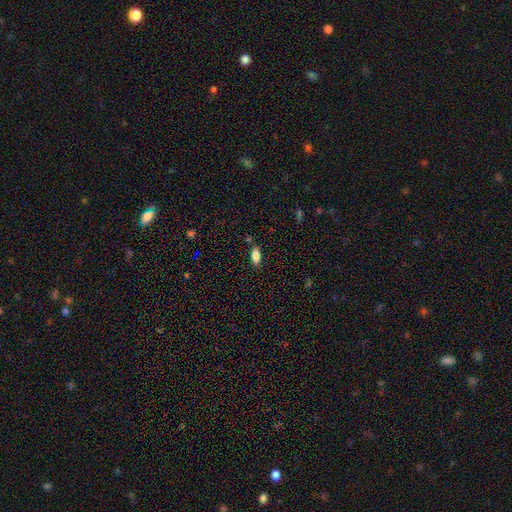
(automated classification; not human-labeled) smooth 80%, featured or disk 11%, star or artifact 8%. Down the decision tree: how rounded — in between (82%); merging — none (84%).